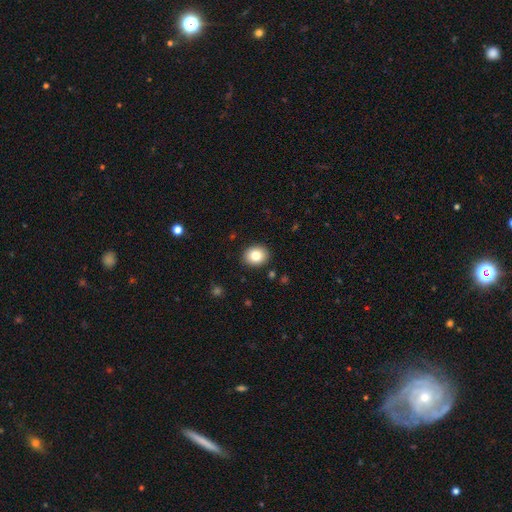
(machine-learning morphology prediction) A smooth galaxy with no disk features (82%) that is round (62%). Merging: none (90%).